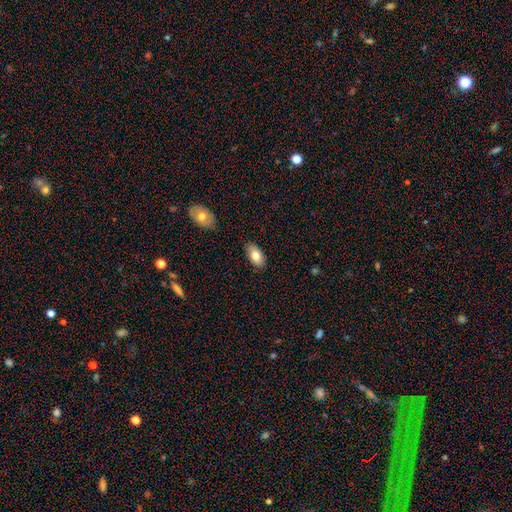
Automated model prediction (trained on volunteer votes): Q: Smooth or featured?
A: smooth (79%); runner-up: featured or disk (14%)
Q: How rounded?
A: in between (93%); runner-up: round (4%)
Q: Merging?
A: none (86%); runner-up: minor disturbance (10%)